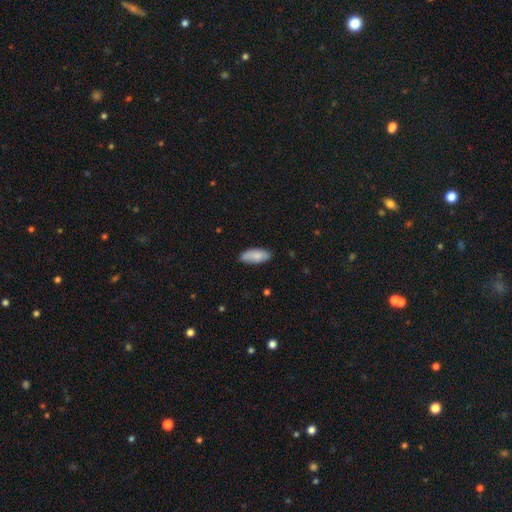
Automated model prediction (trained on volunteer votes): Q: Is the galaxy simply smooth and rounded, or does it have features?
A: smooth — 82%.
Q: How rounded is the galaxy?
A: in between — 84%.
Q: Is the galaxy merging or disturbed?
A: none — 82%.